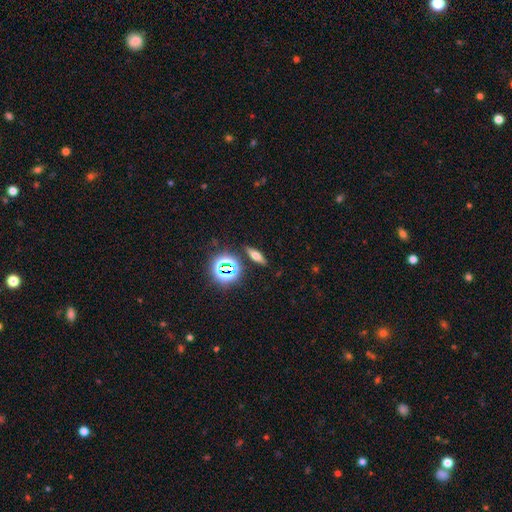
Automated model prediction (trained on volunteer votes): The model was most divided on "smooth or featured": smooth: 49%, featured or disk: 31%, star or artifact: 21%. More confident: merging — none (86%).